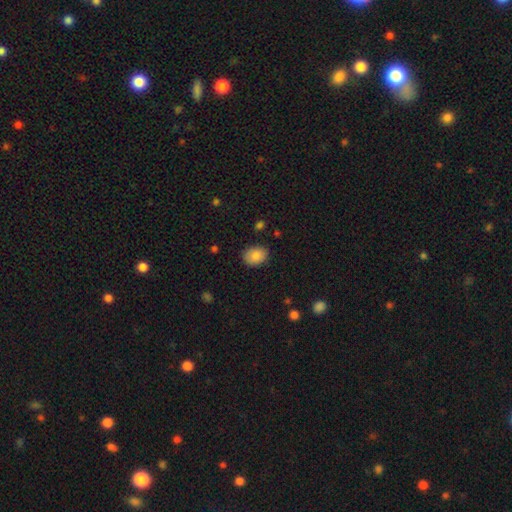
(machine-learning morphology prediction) Smooth or featured? smooth (86%)
How rounded? in between (61%)
Merging? none (84%)